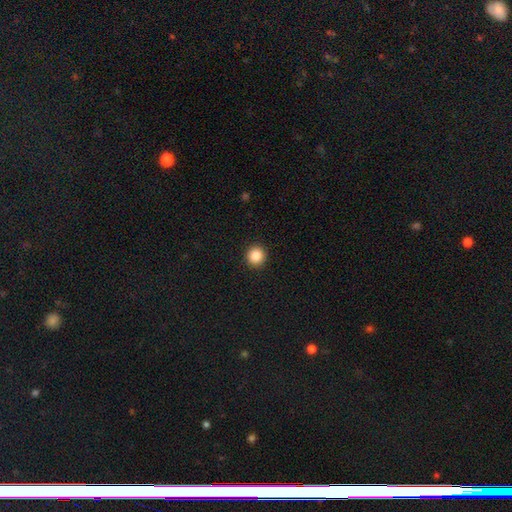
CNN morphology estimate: A smooth galaxy with no disk features (87%) that is round (94%).

Vote fractions:
- Smooth or featured? smooth: 87% / star or artifact: 10% / featured or disk: 4%
- How rounded? round: 94% / in between: 5% / cigar-shaped: 1%
- Merging? none: 93% / minor disturbance: 4% / major disturbance: 2% / merger: 1%